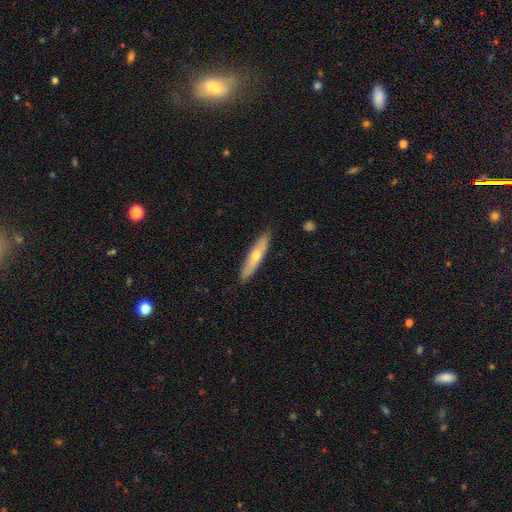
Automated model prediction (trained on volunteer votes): Morphology: type=smooth (51%); roundness=cigar-shaped (83%); merging=none (88%).